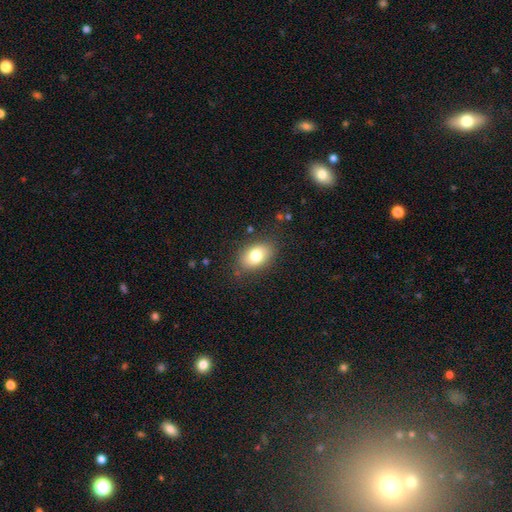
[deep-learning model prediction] smooth_or_featured: smooth (p=0.77) [alt: featured or disk p=0.14]
how_rounded: in between (p=0.84) [alt: round p=0.14]
merging: none (p=0.81) [alt: minor disturbance p=0.13]